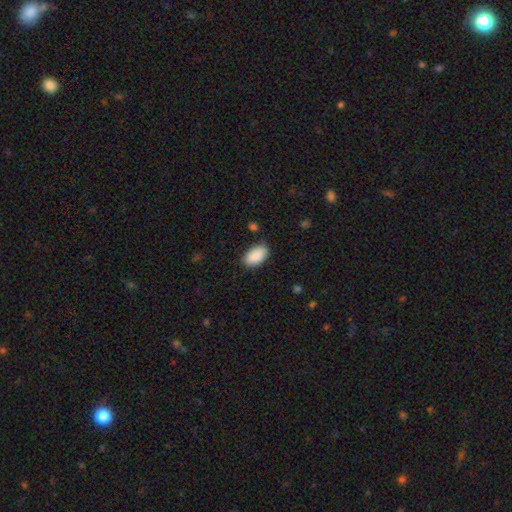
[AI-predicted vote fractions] Smooth or featured? Predicted: smooth (p=0.91). How rounded? Predicted: in between (p=0.95). Merging? Predicted: none (p=0.83).